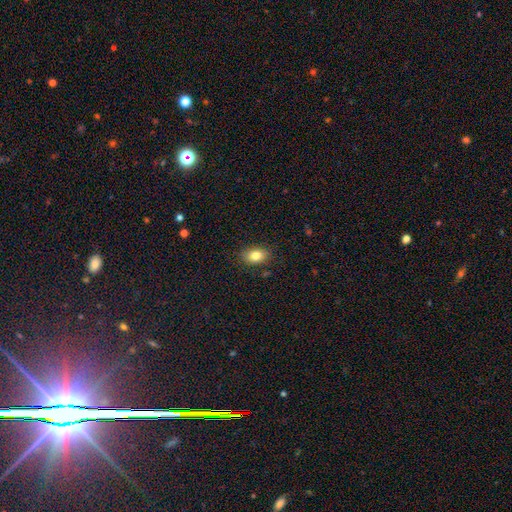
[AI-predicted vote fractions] smooth_or_featured: smooth (p=0.82) [alt: featured or disk p=0.09]
how_rounded: in between (p=0.83) [alt: round p=0.15]
merging: none (p=0.86) [alt: minor disturbance p=0.10]